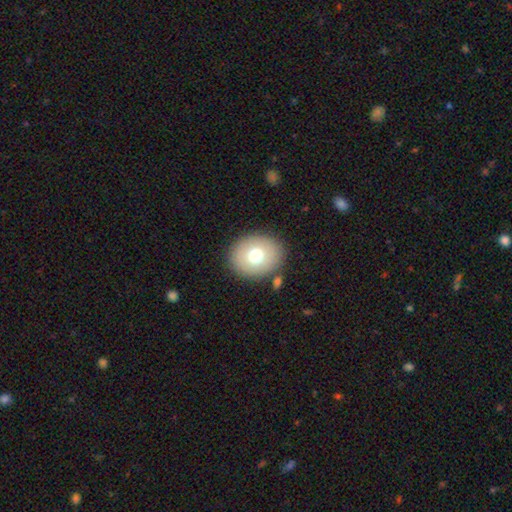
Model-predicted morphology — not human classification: Smooth or featured?
  - smooth: 72% *
  - featured or disk: 18%
  - star or artifact: 10%
How rounded?
  - round: 60% *
  - in between: 39%
  - cigar-shaped: 1%
Merging?
  - none: 85% *
  - minor disturbance: 8%
  - merger: 4%
  - major disturbance: 3%